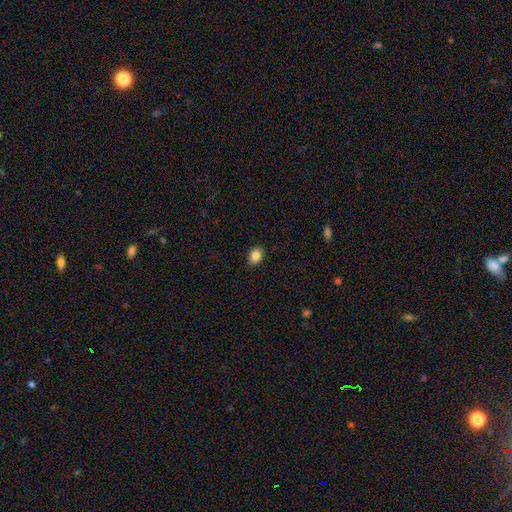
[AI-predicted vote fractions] The model was most divided on "how rounded": in between: 67%, round: 32%, cigar-shaped: 1%. More confident: merging — none (89%); smooth or featured — smooth (86%).